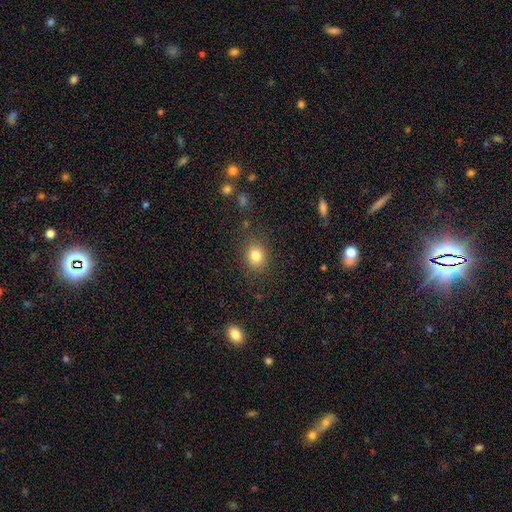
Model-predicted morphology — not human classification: A smooth galaxy with no disk features (82%) that is round (66%).

Vote fractions:
- Smooth or featured? smooth: 82% / star or artifact: 11% / featured or disk: 7%
- How rounded? round: 66% / in between: 33% / cigar-shaped: 1%
- Merging? none: 84% / minor disturbance: 10% / major disturbance: 4% / merger: 2%